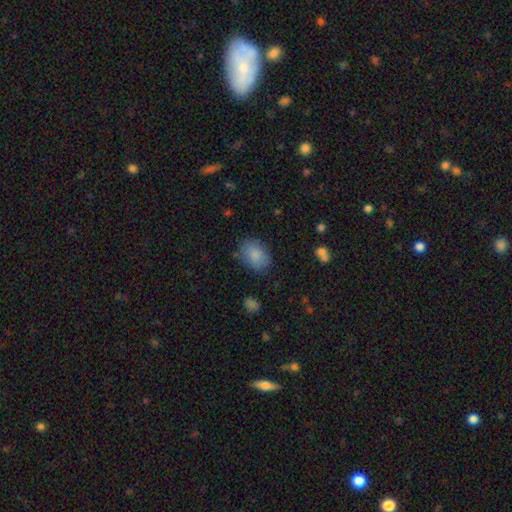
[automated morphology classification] The model was most divided on "how rounded": in between: 73%, round: 26%, cigar-shaped: 1%. More confident: smooth or featured — smooth (85%); merging — none (79%).